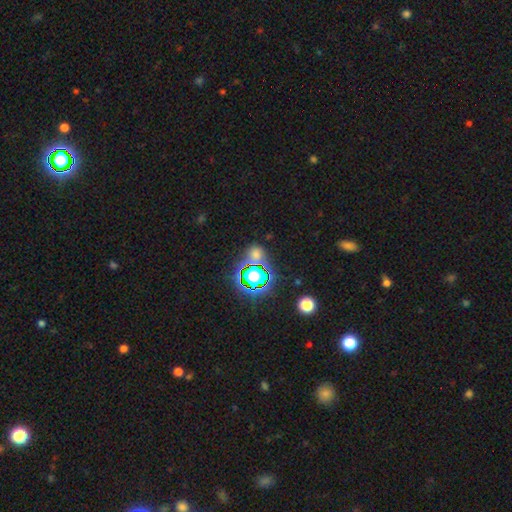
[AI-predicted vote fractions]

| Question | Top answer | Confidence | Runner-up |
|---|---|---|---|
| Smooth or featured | star or artifact | 59% | smooth (32%) |